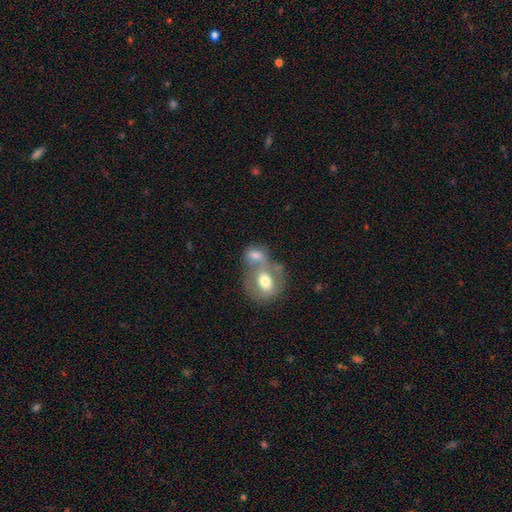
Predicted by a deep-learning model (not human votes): This is likely a smooth galaxy (67%). How rounded: likely in between (64%). Merging: likely merger (66%).